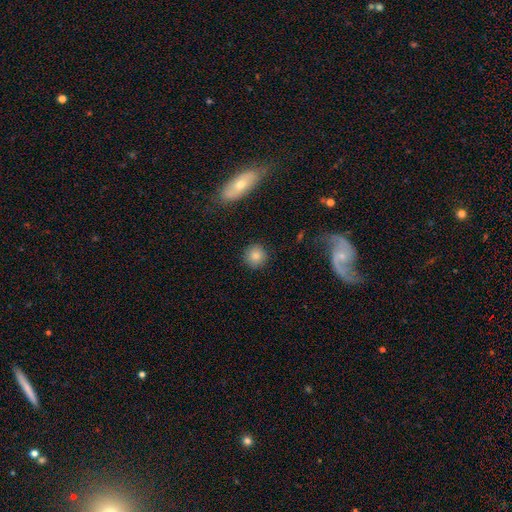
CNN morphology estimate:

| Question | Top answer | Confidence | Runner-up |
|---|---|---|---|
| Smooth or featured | smooth | 83% | star or artifact (10%) |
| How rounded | round | 91% | in between (8%) |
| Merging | none | 89% | minor disturbance (7%) |